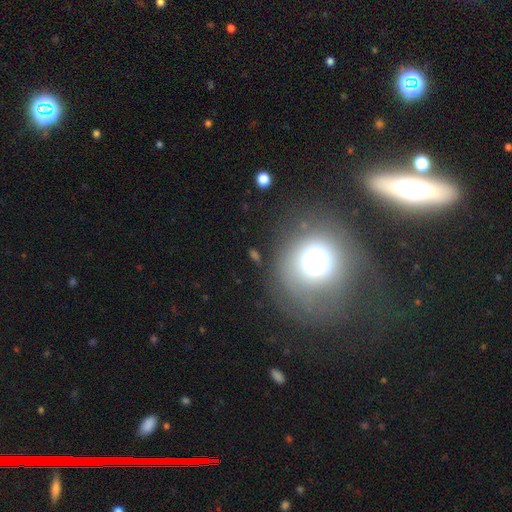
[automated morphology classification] type=smooth (60%); roundness=round (82%); merging=none (66%).